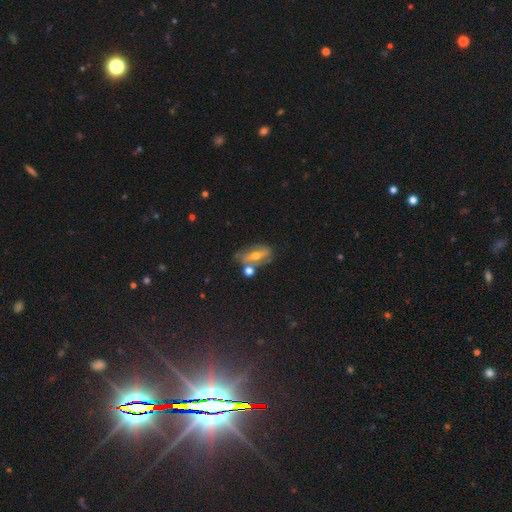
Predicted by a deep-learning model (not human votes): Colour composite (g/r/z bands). It shows a featured or disk galaxy (58%). Merging: none (55%).